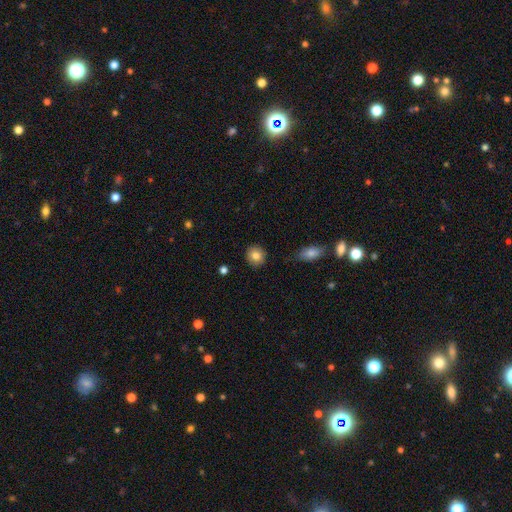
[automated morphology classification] smooth-or-featured: smooth: 83% | star or artifact: 9% | featured or disk: 8%
  how-rounded: round: 84% | in between: 15% | cigar-shaped: 1%
  merging: none: 88% | minor disturbance: 8% | major disturbance: 2% | merger: 2%